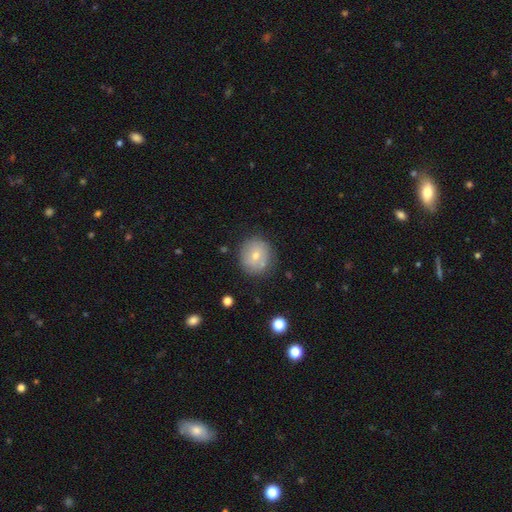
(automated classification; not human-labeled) This appears to be a smooth galaxy with no disk features (59%) that is round (90%). Merging: none (82%).